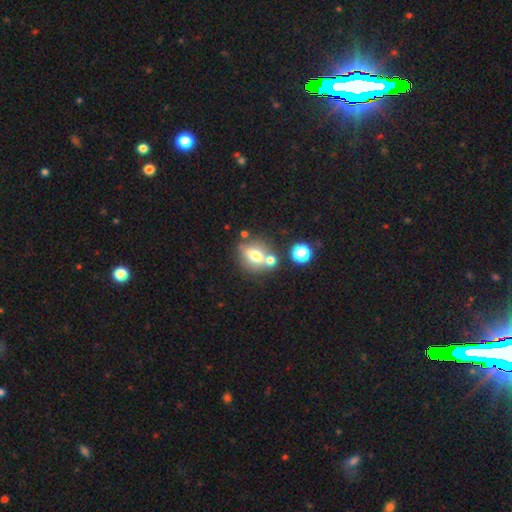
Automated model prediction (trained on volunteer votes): Morphology: type=smooth (63%); roundness=round (57%); merging=none (56%).